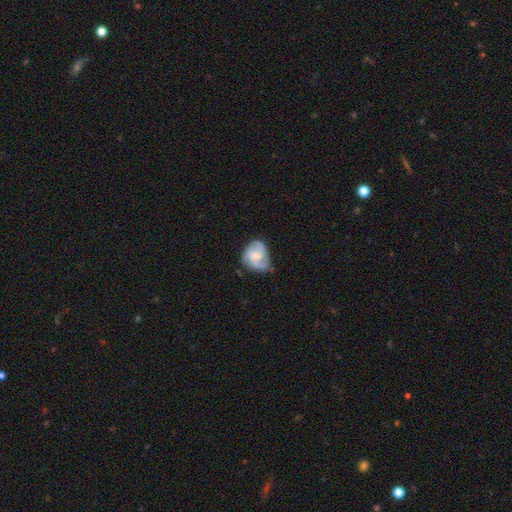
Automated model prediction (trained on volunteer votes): Overall: featured or disk (69%). Edge-on disk: no (98%). Bar: weak (46%; no 44%). Spiral arms: yes (91%). Spiral arm count: 2 (43%; 3 32%). Spiral winding: medium (48%; tight 31%). Bulge size: small (38%; moderate 36%). Merging: none (48%; minor disturbance 33%).